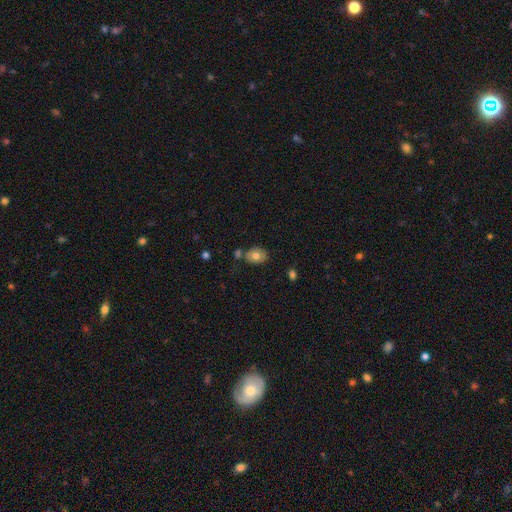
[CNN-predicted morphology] Smooth or featured? Predicted: smooth (p=0.75). How rounded? Predicted: in between (p=0.68). Merging? Predicted: none (p=0.67).